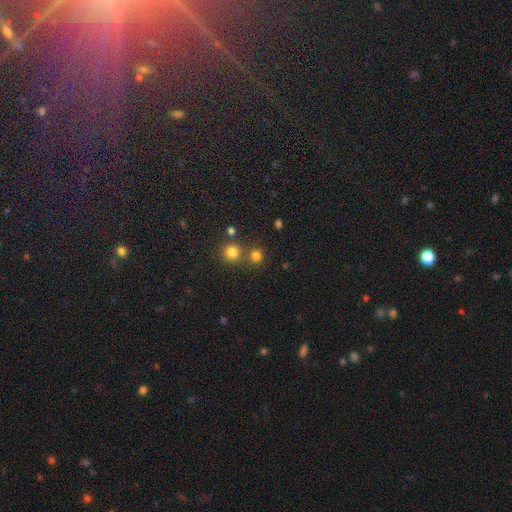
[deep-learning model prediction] smooth_or_featured: smooth (p=0.76) [alt: star or artifact p=0.18]
how_rounded: round (p=0.89) [alt: in between p=0.10]
merging: none (p=0.68) [alt: merger p=0.22]